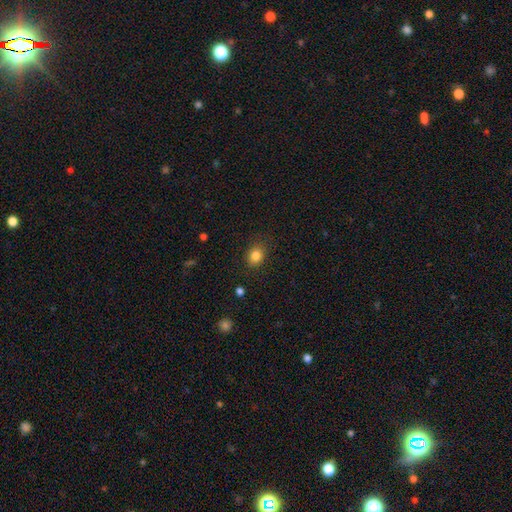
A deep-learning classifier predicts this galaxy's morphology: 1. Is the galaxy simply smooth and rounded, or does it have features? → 84% smooth, 10% star or artifact, 5% featured or disk.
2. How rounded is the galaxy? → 51% round, 48% in between, 1% cigar-shaped.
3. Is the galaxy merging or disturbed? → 84% none, 12% minor disturbance, 3% major disturbance, 1% merger.